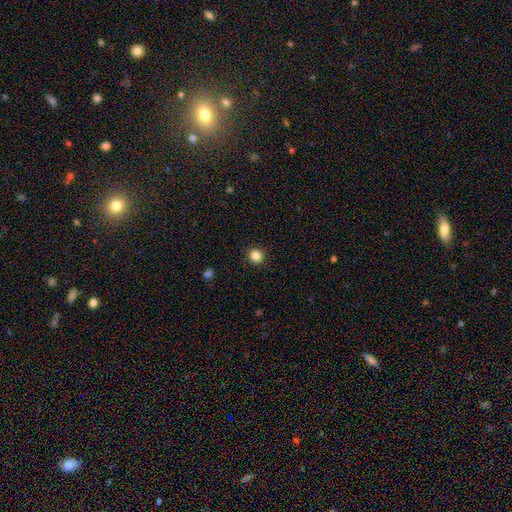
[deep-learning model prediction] Morphology: type=smooth (85%); roundness=round (93%); merging=none (93%).